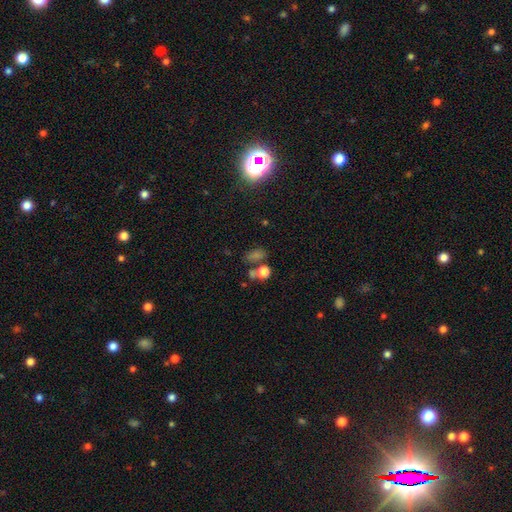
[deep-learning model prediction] Q: Smooth or featured?
A: star or artifact (43%); runner-up: smooth (42%)